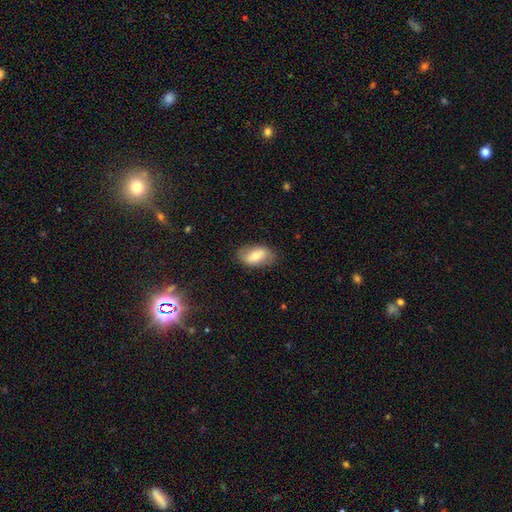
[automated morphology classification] Smooth or featured: smooth — 66% (featured or disk — 27%)
How rounded: in between — 92% (round — 5%)
Merging: none — 77% (minor disturbance — 17%)